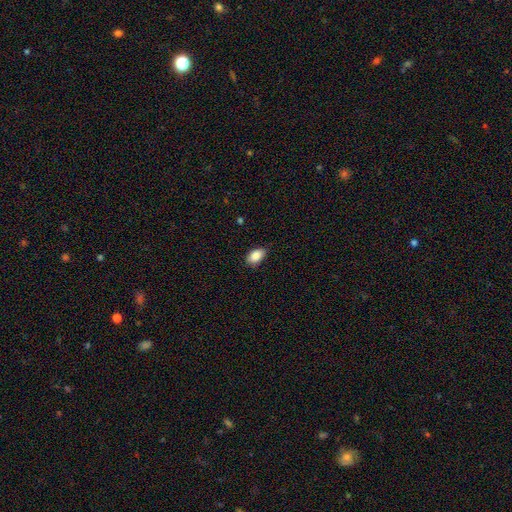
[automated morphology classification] Smooth or featured? smooth (88%)
How rounded? in between (91%)
Merging? none (80%)